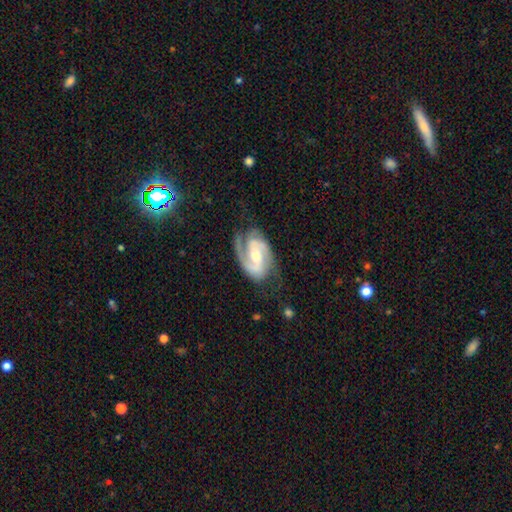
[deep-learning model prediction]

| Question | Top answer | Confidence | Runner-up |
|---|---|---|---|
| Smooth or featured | featured or disk | 90% | smooth (6%) |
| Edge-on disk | no | 97% | yes (3%) |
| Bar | weak | 43% | no (33%) |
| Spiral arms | yes | 98% | no (2%) |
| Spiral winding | medium | 50% | tight (38%) |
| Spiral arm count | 2 | 87% | 1 (4%) |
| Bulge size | moderate | 63% | small (30%) |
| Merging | none | 71% | minor disturbance (19%) |